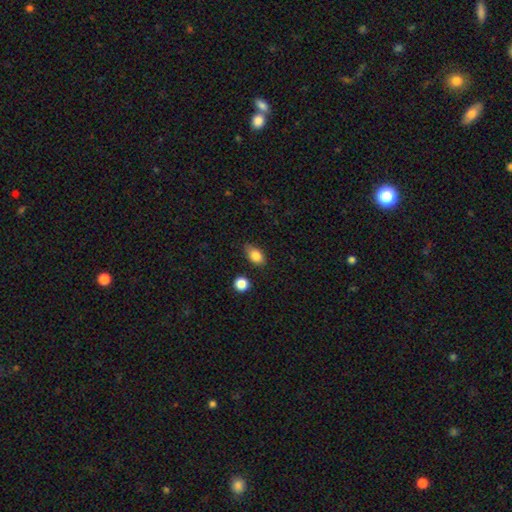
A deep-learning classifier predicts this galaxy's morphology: smooth_or_featured: smooth (p=0.84) [alt: star or artifact p=0.08]
how_rounded: in between (p=0.84) [alt: round p=0.13]
merging: none (p=0.71) [alt: minor disturbance p=0.22]